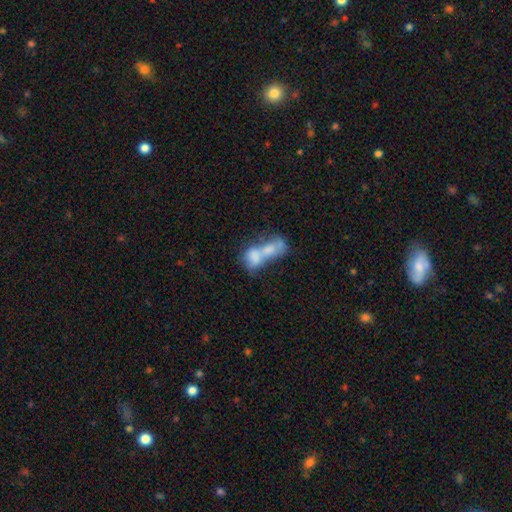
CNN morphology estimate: Smooth or featured? Predicted: smooth (p=0.58). How rounded? Predicted: in between (p=0.77). Merging? Predicted: merger (p=0.75).